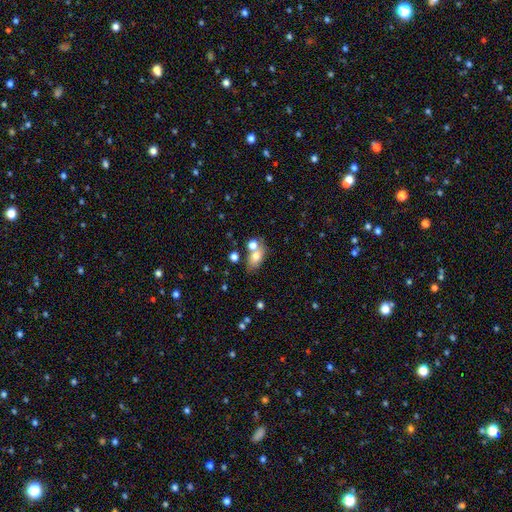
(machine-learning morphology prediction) Smooth or featured? Predicted: smooth (p=0.72). How rounded? Predicted: in between (p=0.79). Merging? Predicted: none (p=0.49).